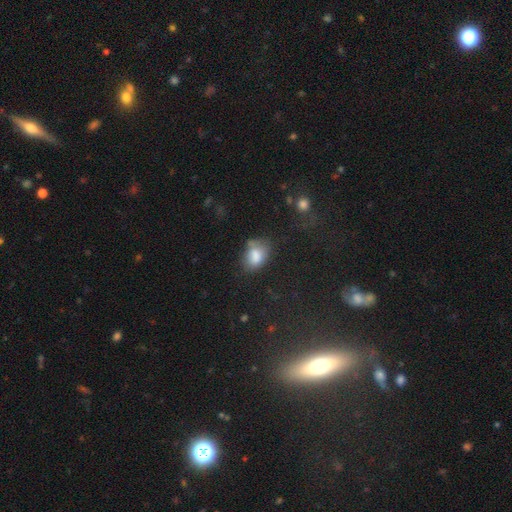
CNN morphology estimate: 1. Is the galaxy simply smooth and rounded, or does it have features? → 78% smooth, 11% featured or disk, 11% star or artifact.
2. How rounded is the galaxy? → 81% in between, 18% round, 1% cigar-shaped.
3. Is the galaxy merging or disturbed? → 51% none, 28% minor disturbance, 11% major disturbance, 10% merger.